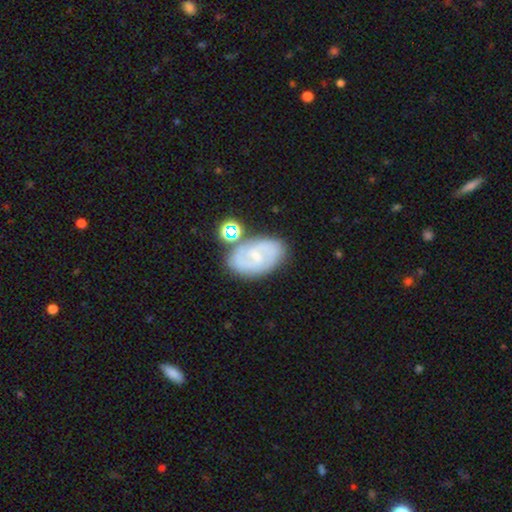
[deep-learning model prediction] This is likely a featured or disk galaxy (68%). It is clearly not viewed edge-on (96%). Bar: possibly weak (46%). Spiral arm pattern: clearly yes (84%). Spiral arm count: likely 2 (64%). Spiral winding: marginally tight (45%). Central bulge: likely small (67%). Merging: likely none (64%).